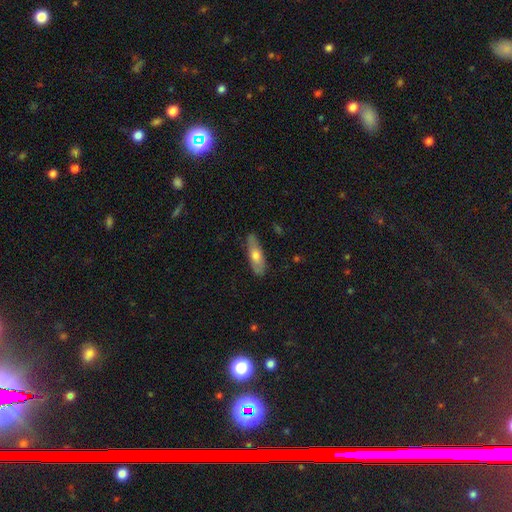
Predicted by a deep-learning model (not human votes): Overall: smooth (66%; featured or disk 29%). How rounded: in between (51%; cigar-shaped 47%). Merging: none (80%).